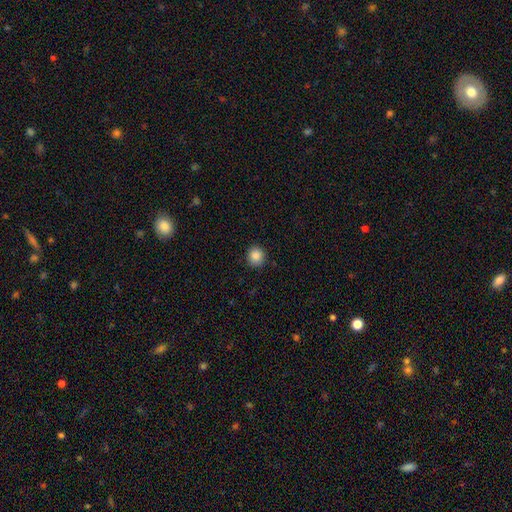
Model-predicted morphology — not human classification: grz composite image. It shows a smooth galaxy with no disk features (86%) that is round (91%). Merging: none (91%).